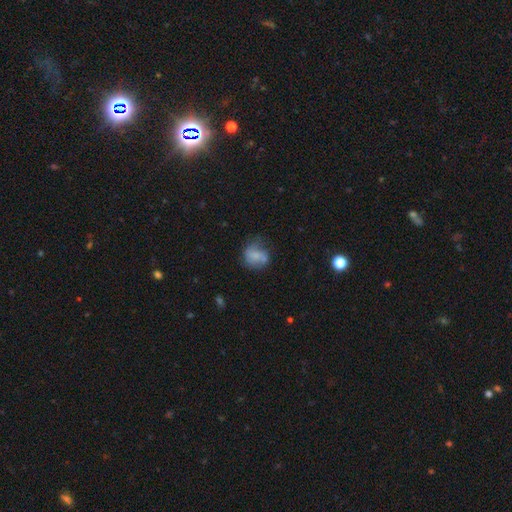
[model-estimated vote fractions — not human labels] This appears to be a smooth galaxy with no disk features (64%) that is round (67%). Merging: none (45%).